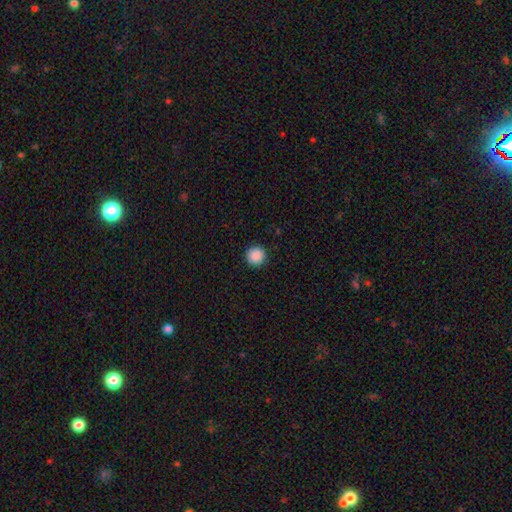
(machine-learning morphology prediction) This appears to be a smooth galaxy with no disk features (89%) that is round (96%). Merging: none (93%).